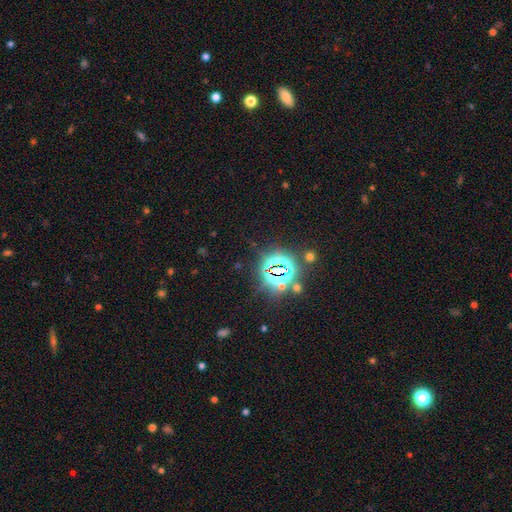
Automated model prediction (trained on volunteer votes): smooth-or-featured: star or artifact: 85% | smooth: 9% | featured or disk: 6%